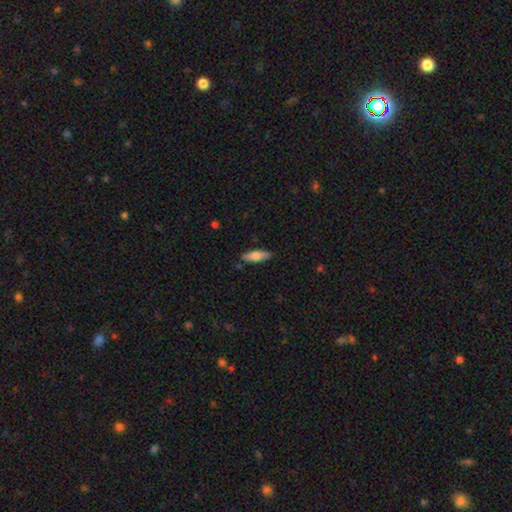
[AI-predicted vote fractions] smooth-or-featured: smooth: 69% | featured or disk: 25% | star or artifact: 6%
  how-rounded: cigar-shaped: 52% | in between: 46% | round: 2%
  merging: none: 85% | minor disturbance: 11% | major disturbance: 2% | merger: 2%